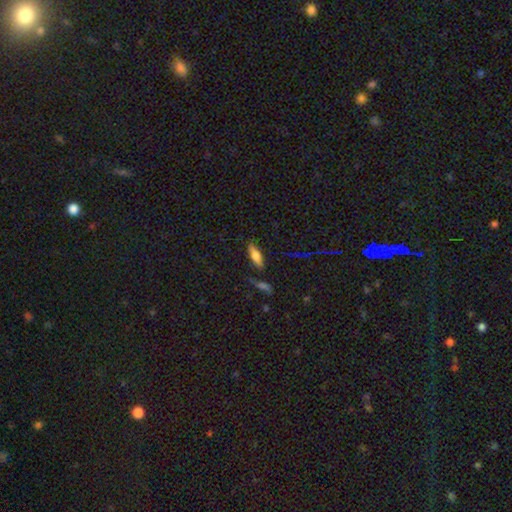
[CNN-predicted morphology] smooth_or_featured: smooth (p=0.71) [alt: featured or disk p=0.20]
how_rounded: in between (p=0.63) [alt: cigar-shaped p=0.35]
merging: none (p=0.73) [alt: minor disturbance p=0.16]